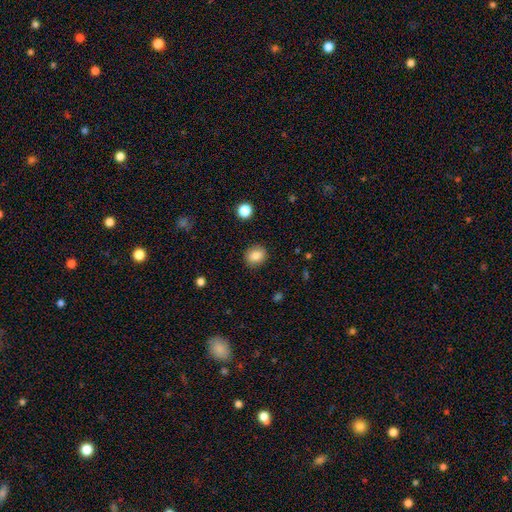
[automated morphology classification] Smooth or featured? Predicted: smooth (p=0.84). How rounded? Predicted: round (p=0.67). Merging? Predicted: none (p=0.88).